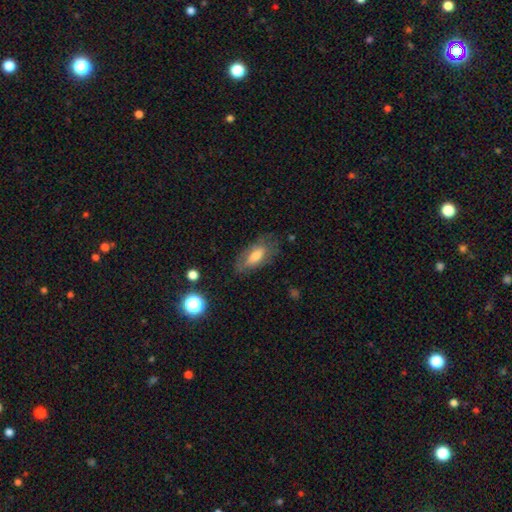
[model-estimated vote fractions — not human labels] The model was most divided on "smooth or featured": smooth: 57%, featured or disk: 34%, star or artifact: 9%. More confident: how rounded — in between (78%); merging — none (69%).